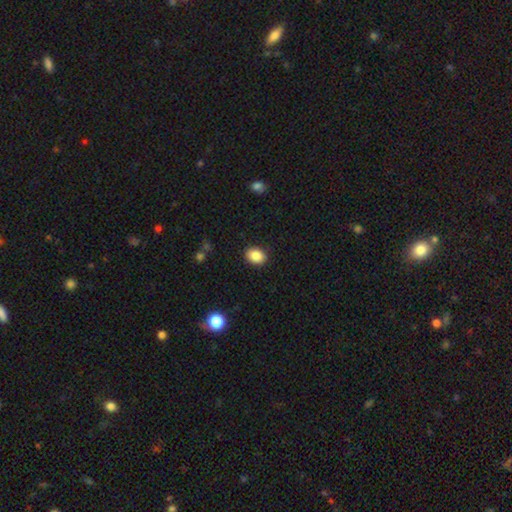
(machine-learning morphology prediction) Smooth or featured: smooth — 87% (star or artifact — 9%)
How rounded: in between — 64% (round — 35%)
Merging: none — 89% (minor disturbance — 8%)